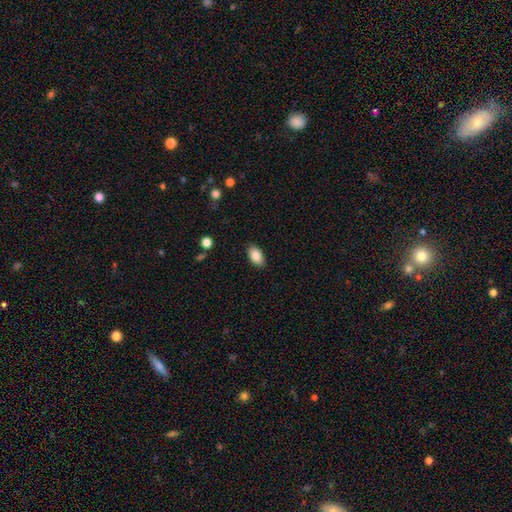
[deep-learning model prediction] Smooth or featured: smooth — 86% (star or artifact — 7%)
How rounded: in between — 93% (round — 4%)
Merging: none — 88% (minor disturbance — 9%)